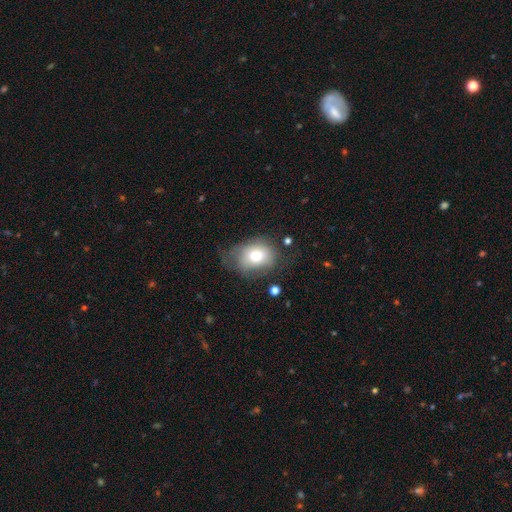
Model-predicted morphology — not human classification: Smooth or featured? smooth (70%)
How rounded? in between (55%)
Merging? none (52%)